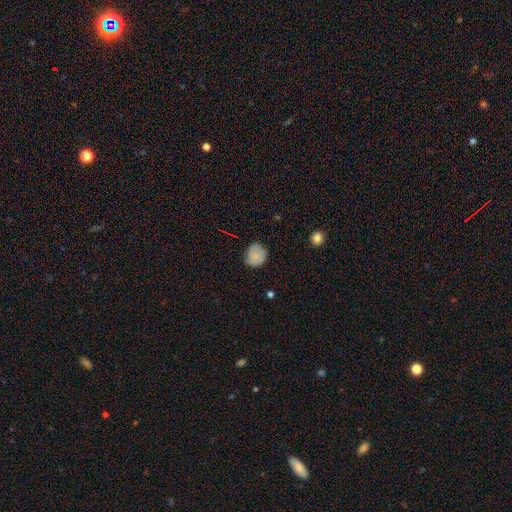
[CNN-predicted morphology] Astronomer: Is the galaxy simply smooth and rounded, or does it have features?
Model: smooth — 81%.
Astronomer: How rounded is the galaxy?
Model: round — 79%.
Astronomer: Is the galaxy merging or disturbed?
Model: none — 78%.